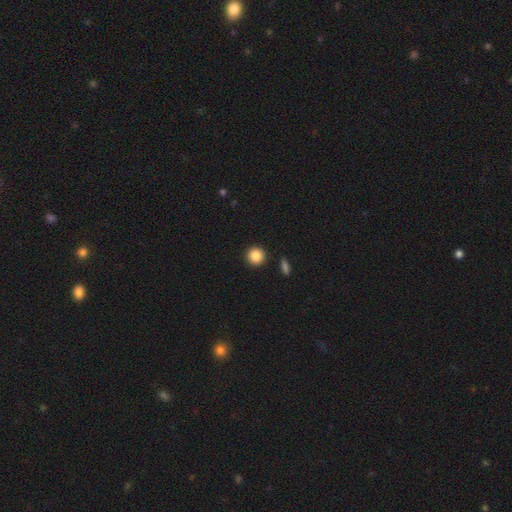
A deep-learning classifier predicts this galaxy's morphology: This appears to be a smooth galaxy with no disk features (88%) that is round (93%). Merging: none (90%).